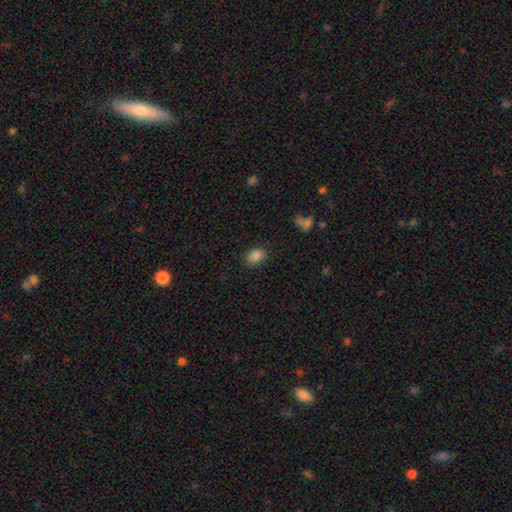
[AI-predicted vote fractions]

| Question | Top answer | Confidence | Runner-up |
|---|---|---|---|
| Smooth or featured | smooth | 85% | star or artifact (11%) |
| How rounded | in between | 76% | round (23%) |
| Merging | none | 81% | minor disturbance (14%) |